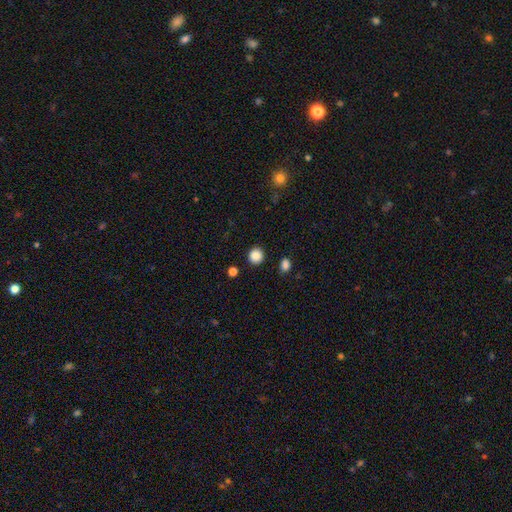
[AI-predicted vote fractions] Smooth or featured: smooth — 87% (star or artifact — 10%)
How rounded: round — 93% (in between — 6%)
Merging: none — 91% (minor disturbance — 5%)